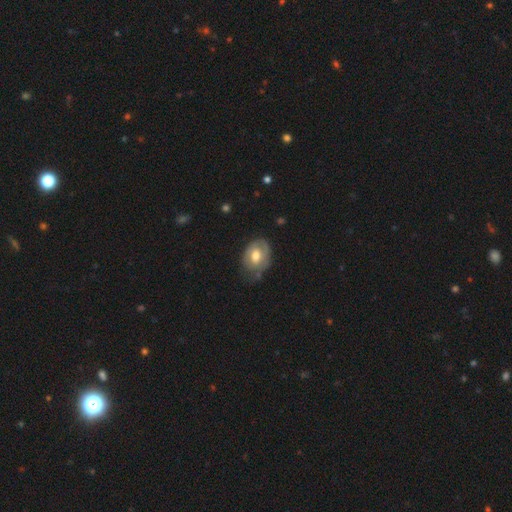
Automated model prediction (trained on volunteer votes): smooth_or_featured: smooth (p=0.48) [alt: featured or disk p=0.46]
merging: none (p=0.57) [alt: minor disturbance p=0.31]